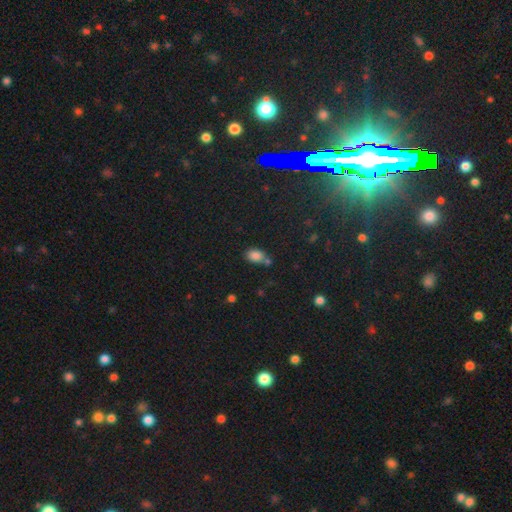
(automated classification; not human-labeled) Morphology: type=smooth (82%); roundness=in between (79%); merging=none (56%).